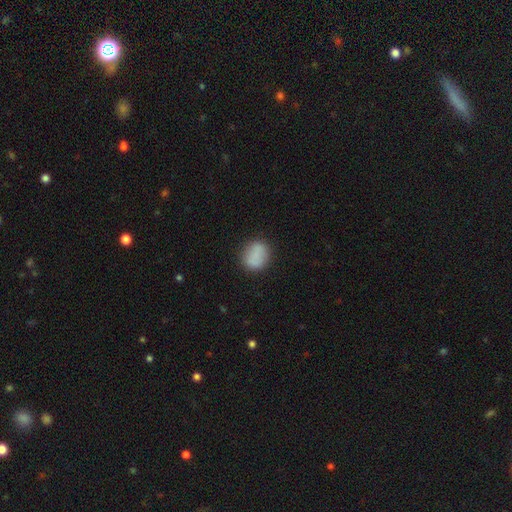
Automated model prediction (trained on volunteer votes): This is clearly a smooth galaxy (82%). How rounded: likely round (63%). Merging: likely none (78%).